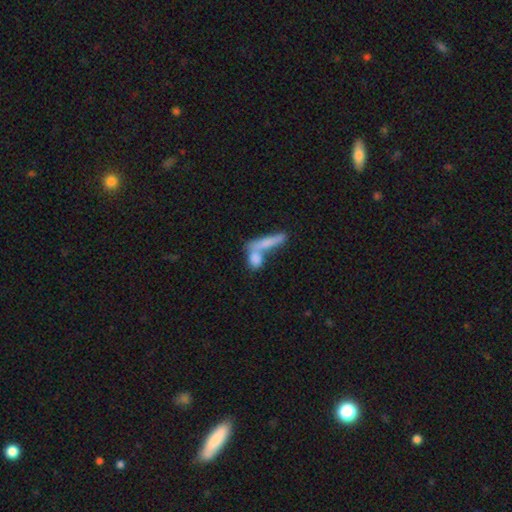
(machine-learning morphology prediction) Smooth or featured: smooth — 76% (featured or disk — 16%)
How rounded: in between — 46% (cigar-shaped — 41%)
Merging: merger — 50% (none — 35%)